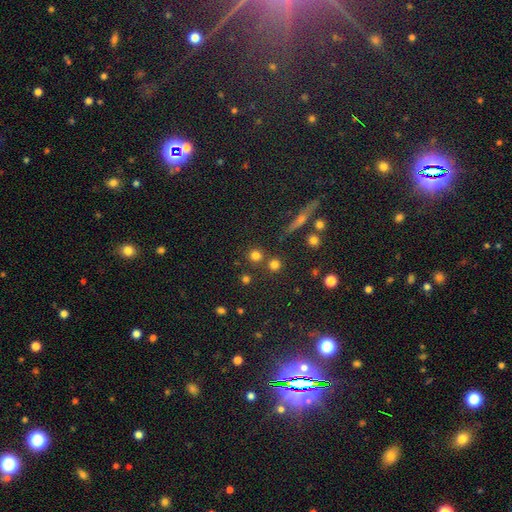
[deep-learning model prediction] Smooth or featured? Predicted: smooth (p=0.76). How rounded? Predicted: round (p=0.93). Merging? Predicted: none (p=0.78).